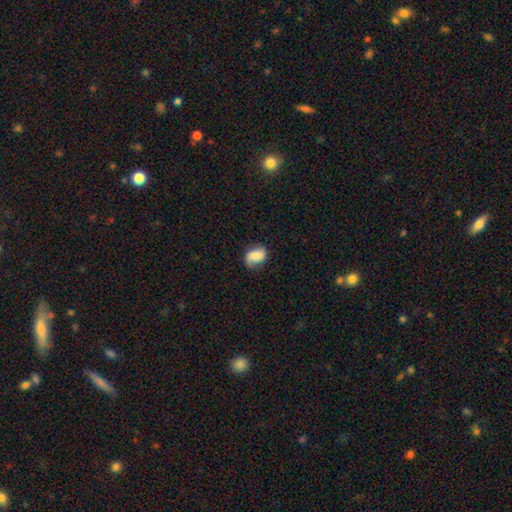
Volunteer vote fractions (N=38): Morphology: type=smooth (50%); roundness=in between (58%); merging=none (67%).